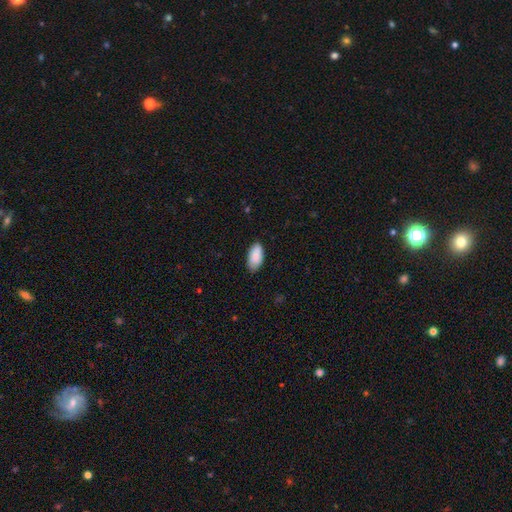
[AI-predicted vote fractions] Morphology: type=smooth (89%); roundness=in between (94%); merging=none (82%).